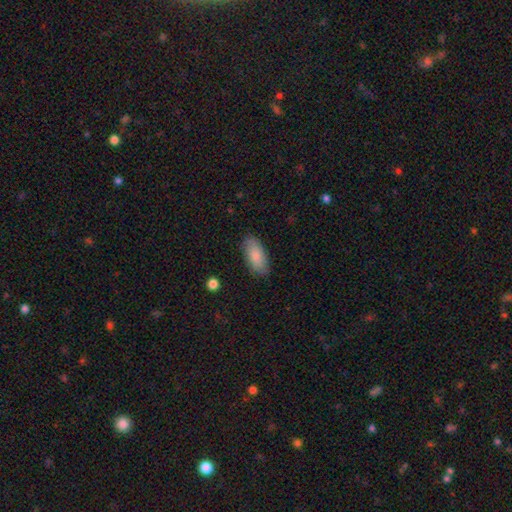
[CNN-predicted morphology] Q: Smooth or featured?
A: smooth (84%); runner-up: featured or disk (10%)
Q: How rounded?
A: in between (91%); runner-up: cigar-shaped (7%)
Q: Merging?
A: none (85%); runner-up: minor disturbance (12%)